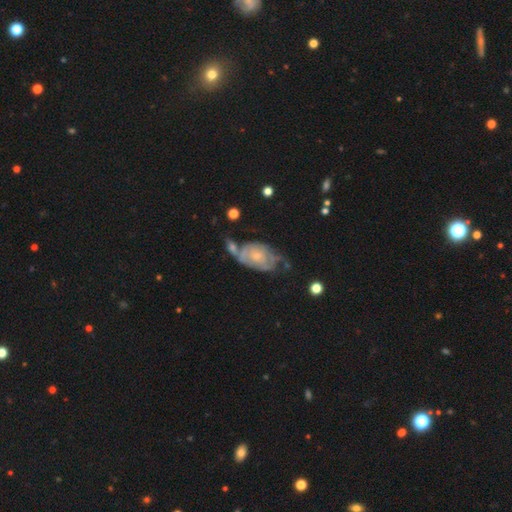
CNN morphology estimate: smooth-or-featured: featured or disk: 72% | smooth: 21% | star or artifact: 7%
  disk-edge-on: no: 95% | yes: 5%
    bar: no: 80% | weak: 17% | strong: 3%
    has-spiral-arms: yes: 78% | no: 22%
      spiral-winding: tight: 59% | medium: 29% | loose: 12%
      spiral-arm-count: can't tell: 50% | 2: 29% | 3: 9% | 1: 5% | 4: 4% | more than 4: 3%
    bulge-size: small: 68% | moderate: 26% | none: 3% | large: 2% | dominant: 1%
  merging: none: 34% | minor disturbance: 26% | merger: 21% | major disturbance: 19%